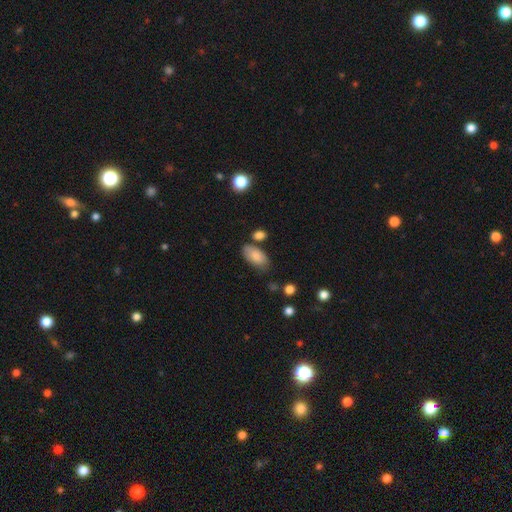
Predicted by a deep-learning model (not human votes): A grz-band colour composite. It shows a smooth galaxy with no disk features (83%) that is in between round and cigar-shaped (94%). Merging: none (67%).